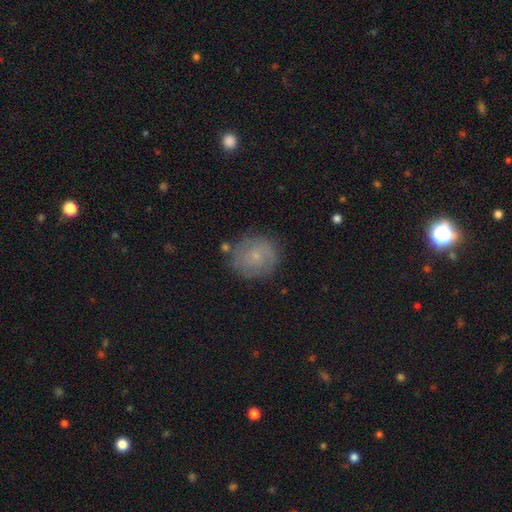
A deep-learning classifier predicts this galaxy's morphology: Overall: smooth (45%; featured or disk 44%). Merging: none (76%).